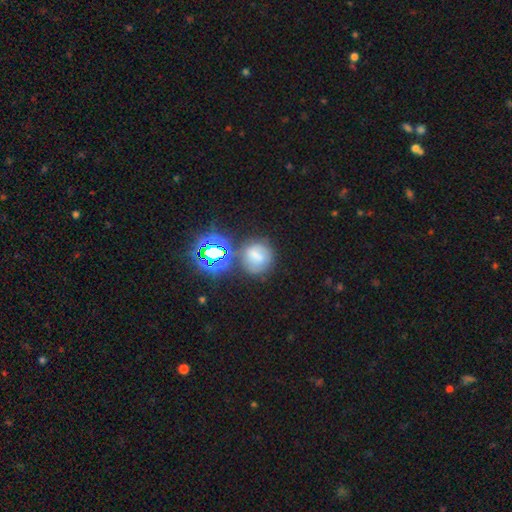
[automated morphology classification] This appears to be a smooth galaxy with no disk features (52%) that is round (82%). Merging: none (62%).